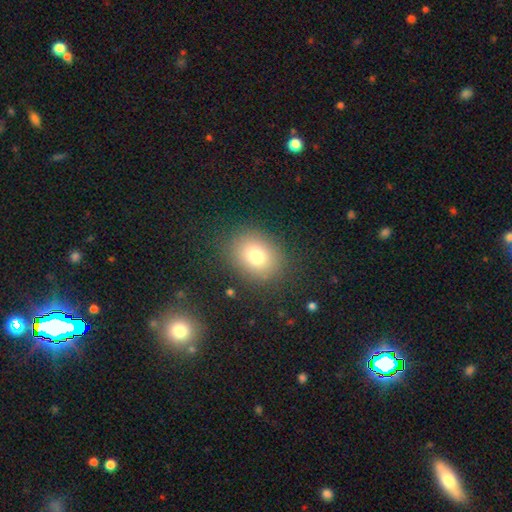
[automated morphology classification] smooth_or_featured: smooth (p=0.76) [alt: star or artifact p=0.13]
how_rounded: round (p=0.55) [alt: in between p=0.45]
merging: none (p=0.86) [alt: minor disturbance p=0.09]